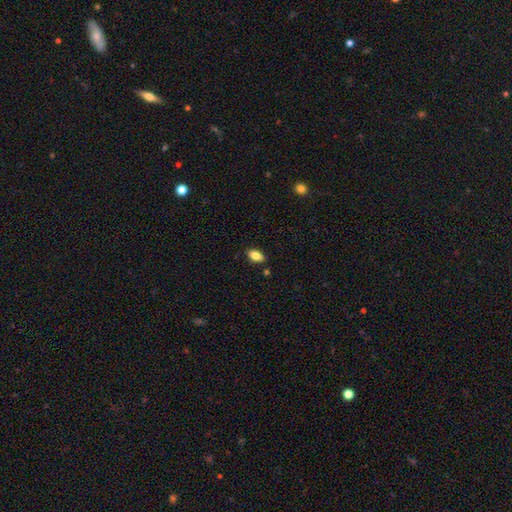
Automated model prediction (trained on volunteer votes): Smooth or featured? Predicted: smooth (p=0.81). How rounded? Predicted: in between (p=0.90). Merging? Predicted: none (p=0.86).